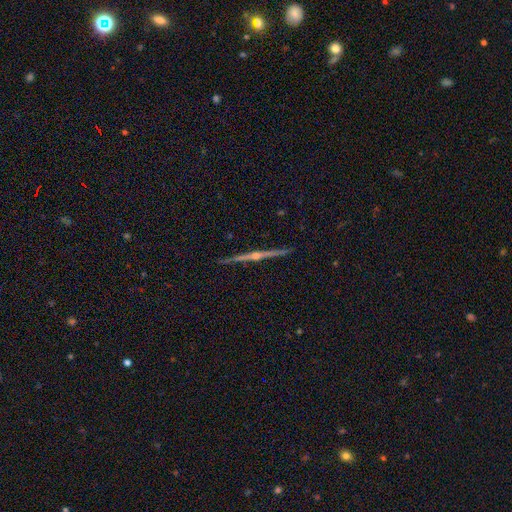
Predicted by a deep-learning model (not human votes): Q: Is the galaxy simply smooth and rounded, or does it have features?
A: featured or disk — 88%.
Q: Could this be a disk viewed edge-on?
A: yes — 99%.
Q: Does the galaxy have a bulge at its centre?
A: rounded — 90%.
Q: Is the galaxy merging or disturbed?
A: none — 93%.